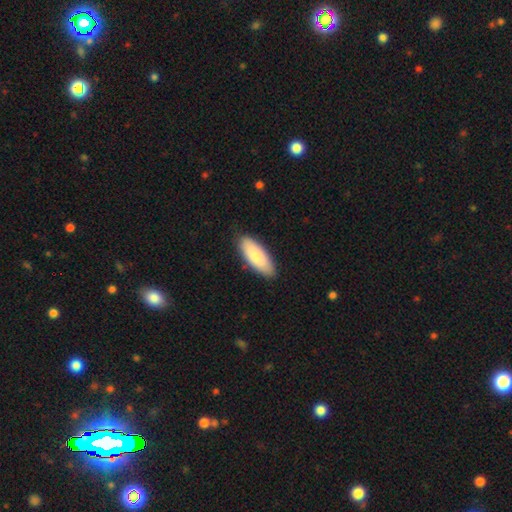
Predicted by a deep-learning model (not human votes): A smooth galaxy with no disk features (85%) that is in between round and cigar-shaped (75%).

Vote fractions:
- Smooth or featured? smooth: 85% / featured or disk: 10% / star or artifact: 5%
- How rounded? in between: 75% / cigar-shaped: 24% / round: 2%
- Merging? none: 86% / minor disturbance: 11% / major disturbance: 2% / merger: 1%